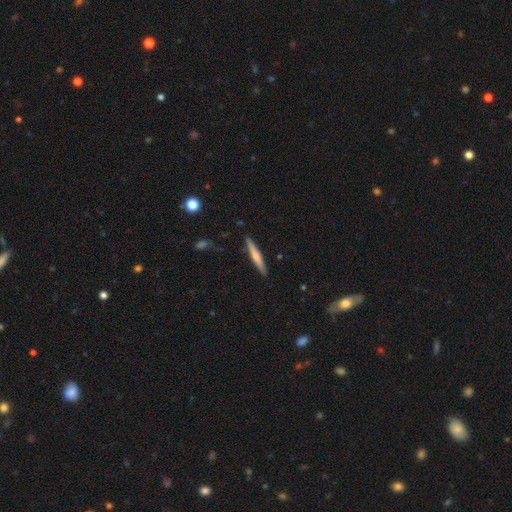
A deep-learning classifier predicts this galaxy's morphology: Smooth or featured? Predicted: smooth (p=0.54). How rounded? Predicted: cigar-shaped (p=0.94). Merging? Predicted: none (p=0.89).